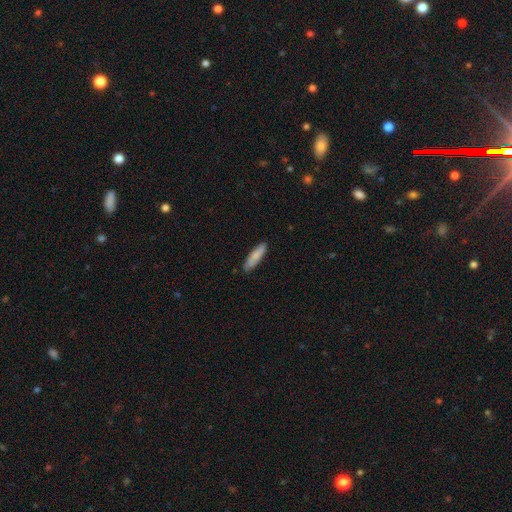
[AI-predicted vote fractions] Q: Smooth or featured?
A: smooth (80%); runner-up: featured or disk (15%)
Q: How rounded?
A: cigar-shaped (71%); runner-up: in between (28%)
Q: Merging?
A: none (85%); runner-up: minor disturbance (12%)